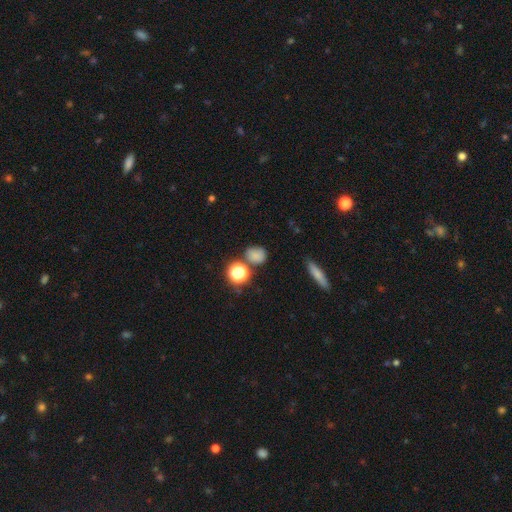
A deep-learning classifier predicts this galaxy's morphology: Q: Smooth or featured?
A: smooth (75%); runner-up: star or artifact (17%)
Q: How rounded?
A: round (62%); runner-up: in between (36%)
Q: Merging?
A: none (68%); runner-up: minor disturbance (15%)